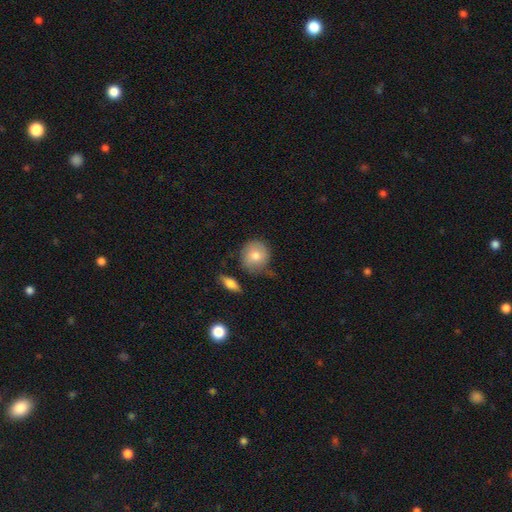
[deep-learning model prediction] Smooth or featured: smooth — 75% (featured or disk — 18%)
How rounded: round — 85% (in between — 13%)
Merging: none — 60% (minor disturbance — 26%)